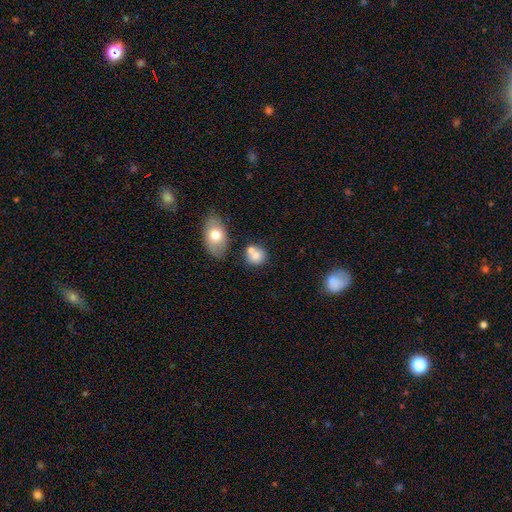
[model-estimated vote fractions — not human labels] Q: Smooth or featured?
A: smooth (76%); runner-up: featured or disk (14%)
Q: How rounded?
A: round (74%); runner-up: in between (24%)
Q: Merging?
A: none (52%); runner-up: merger (32%)